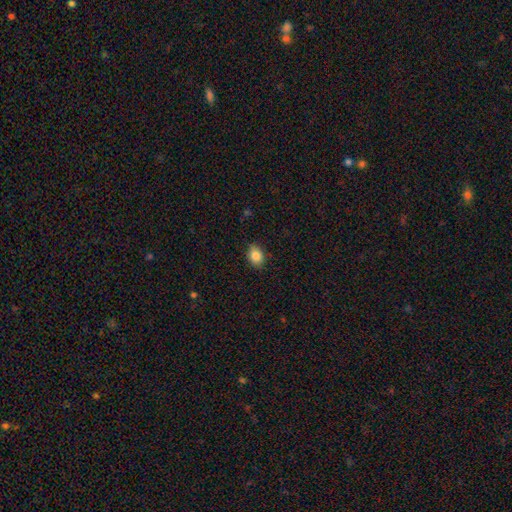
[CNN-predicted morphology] Smooth or featured?
  - smooth: 85% *
  - star or artifact: 9%
  - featured or disk: 6%
How rounded?
  - in between: 64% *
  - round: 35%
  - cigar-shaped: 1%
Merging?
  - none: 84% *
  - minor disturbance: 13%
  - major disturbance: 2%
  - merger: 1%